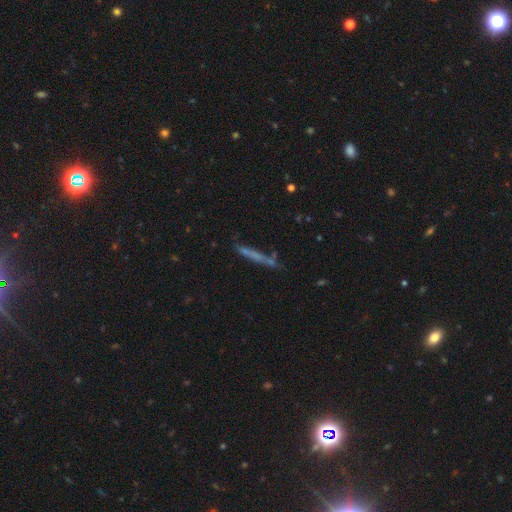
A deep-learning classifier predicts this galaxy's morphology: A smooth galaxy with no disk features (51%) that is cigar-shaped (93%).

Vote fractions:
- Smooth or featured? smooth: 51% / featured or disk: 37% / star or artifact: 13%
- How rounded? cigar-shaped: 93% / in between: 5% / round: 2%
- Merging? none: 69% / minor disturbance: 17% / merger: 7% / major disturbance: 7%